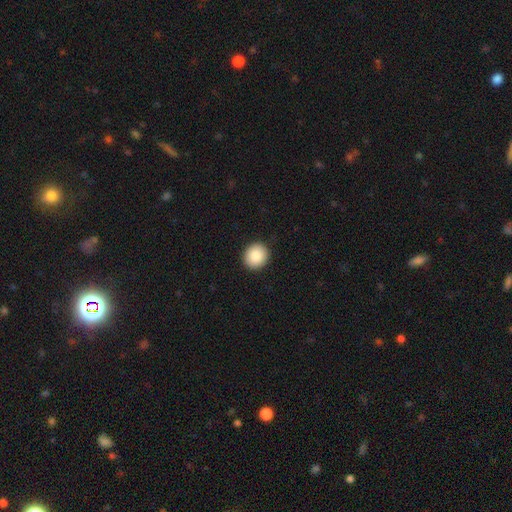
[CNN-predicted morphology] Smooth or featured? Predicted: smooth (p=0.88). How rounded? Predicted: round (p=0.85). Merging? Predicted: none (p=0.92).